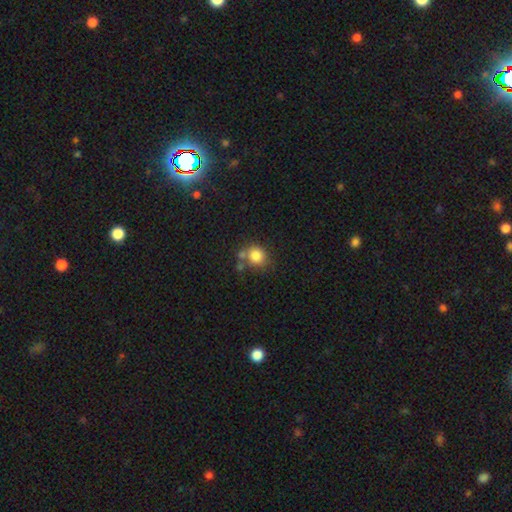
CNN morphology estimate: This is clearly a smooth galaxy (82%). How rounded: likely round (79%). Merging: possibly none (58%).